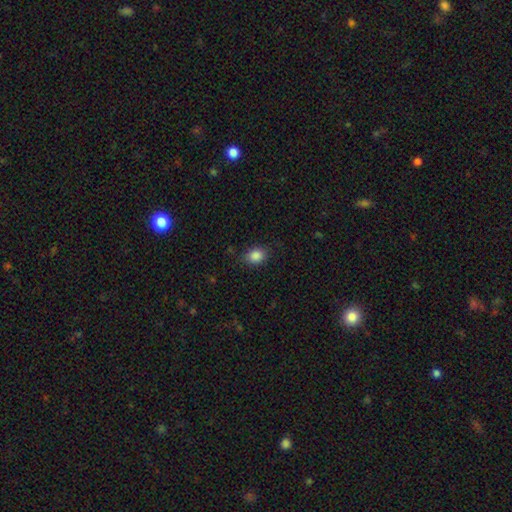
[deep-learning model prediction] smooth 87%, star or artifact 9%, featured or disk 4%. Down the decision tree: how rounded — in between (61%); merging — none (82%).